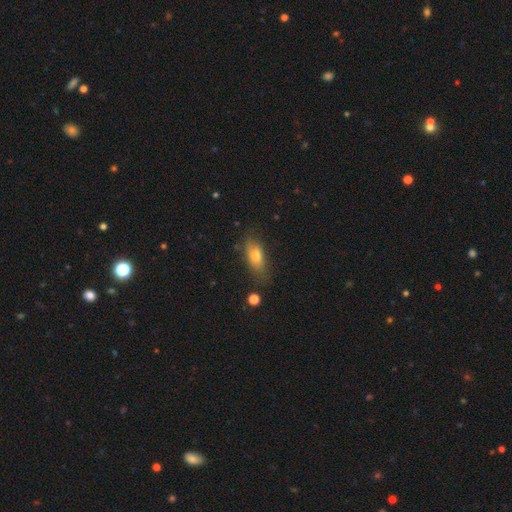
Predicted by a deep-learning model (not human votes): Overall: smooth (72%). How rounded: in between (75%). Merging: none (73%).